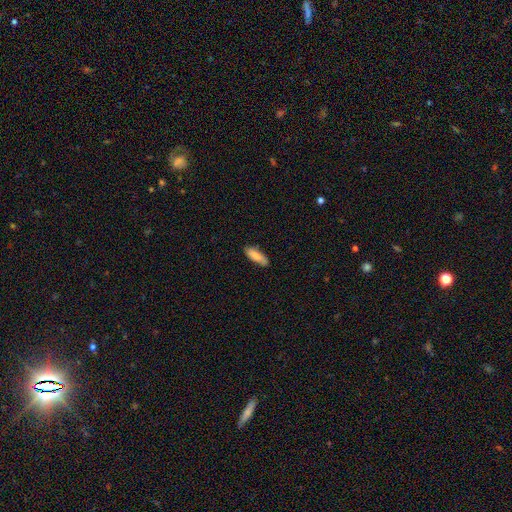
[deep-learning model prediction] This appears to be a smooth galaxy with no disk features (85%) that is in between round and cigar-shaped (59%). Merging: none (79%).